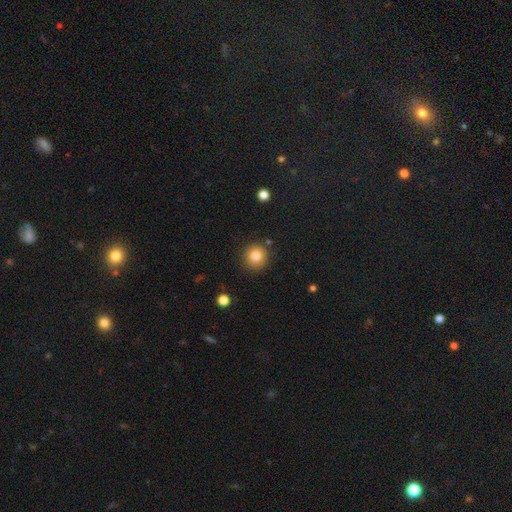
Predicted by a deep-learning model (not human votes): smooth 81%, star or artifact 11%, featured or disk 8%. Down the decision tree: how rounded — round (93%); merging — none (88%).